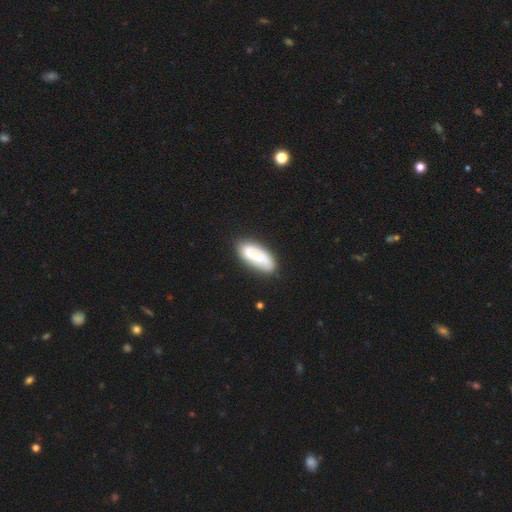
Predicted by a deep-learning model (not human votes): Overall: smooth (61%; featured or disk 33%). How rounded: in between (75%). Merging: none (76%).